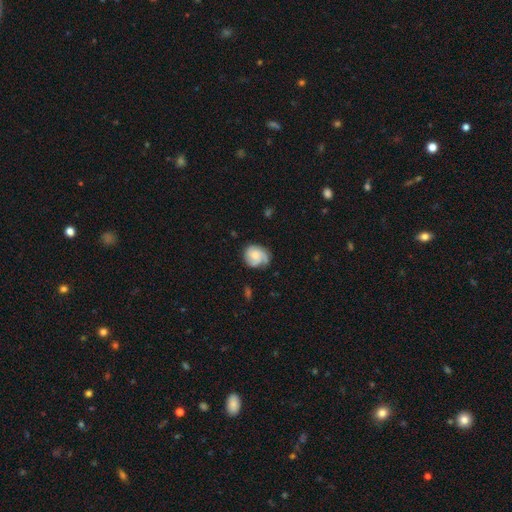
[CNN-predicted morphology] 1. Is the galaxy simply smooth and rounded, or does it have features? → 54% featured or disk, 39% smooth, 7% star or artifact.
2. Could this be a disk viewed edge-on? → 98% no, 2% yes.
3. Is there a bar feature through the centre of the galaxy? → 74% no, 23% weak, 3% strong.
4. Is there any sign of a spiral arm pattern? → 88% yes, 12% no.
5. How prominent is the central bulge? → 43% moderate, 42% small, 8% none, 5% large, 1% dominant.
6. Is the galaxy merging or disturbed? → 61% none, 27% minor disturbance, 10% major disturbance, 2% merger.